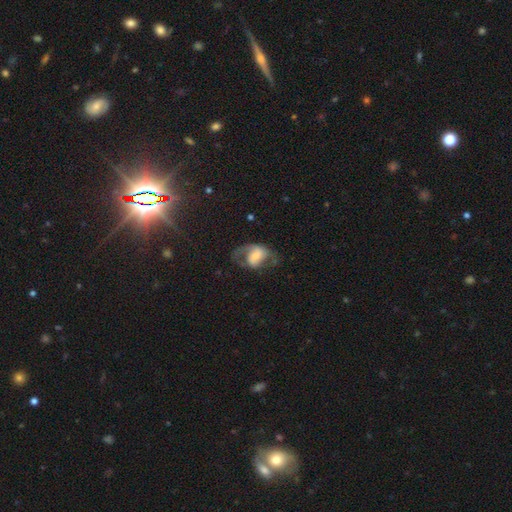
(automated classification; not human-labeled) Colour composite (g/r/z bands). It shows a featured or disk galaxy (59%) with no bar (45%), spiral arms (79%) and a small central bulge (38%, tied with moderate). Merging: none (41%).